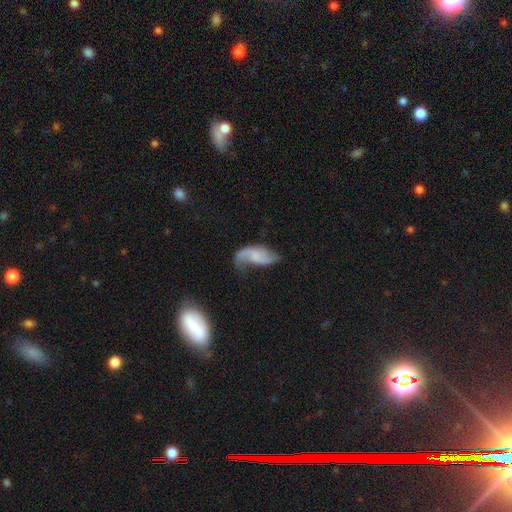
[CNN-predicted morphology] Smooth or featured? Predicted: featured or disk (p=0.67). Edge-on disk? Predicted: no (p=0.96). Bar? Predicted: no (p=0.60). Spiral arms? Predicted: yes (p=0.89). Spiral winding? Predicted: loose (p=0.77). Spiral arm count? Predicted: 2 (p=0.79). Bulge size? Predicted: none (p=0.51). Merging? Predicted: none (p=0.42).